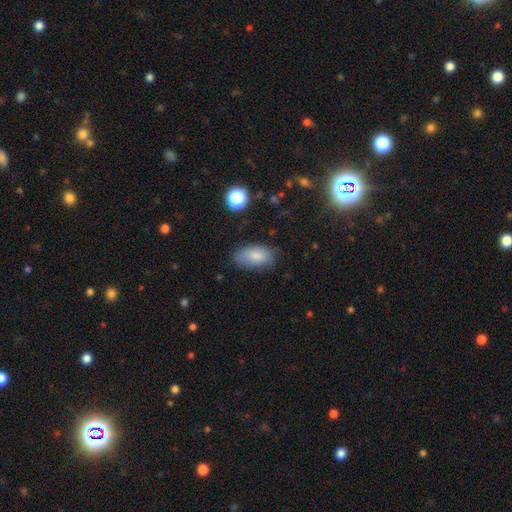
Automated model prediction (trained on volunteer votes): Q: Smooth or featured?
A: smooth (83%); runner-up: featured or disk (9%)
Q: How rounded?
A: in between (92%); runner-up: round (4%)
Q: Merging?
A: none (75%); runner-up: minor disturbance (18%)